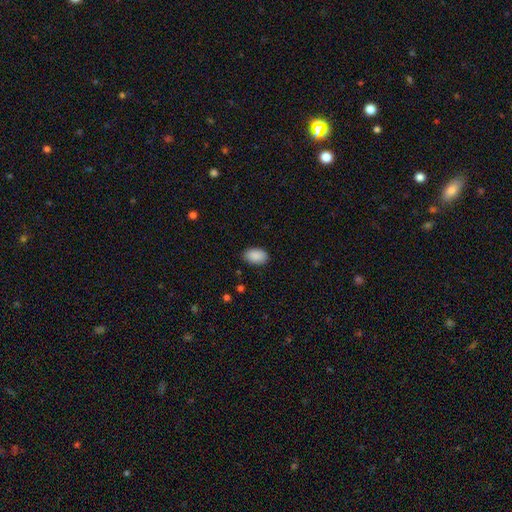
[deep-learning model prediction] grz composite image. It shows a smooth galaxy with no disk features (90%) that is in between round and cigar-shaped (91%). Merging: none (86%).